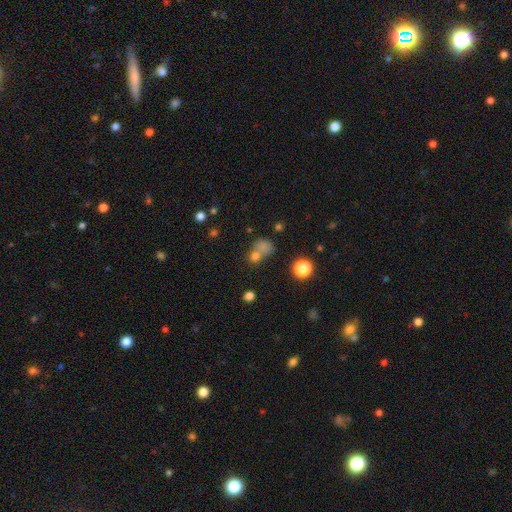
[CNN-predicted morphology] Smooth or featured? smooth (71%)
How rounded? round (67%)
Merging? merger (44%)